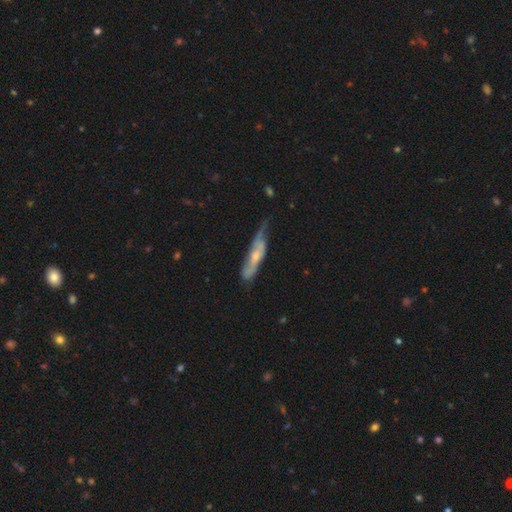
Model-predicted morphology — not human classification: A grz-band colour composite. It shows a featured or disk galaxy (59%). Merging: none (45%).